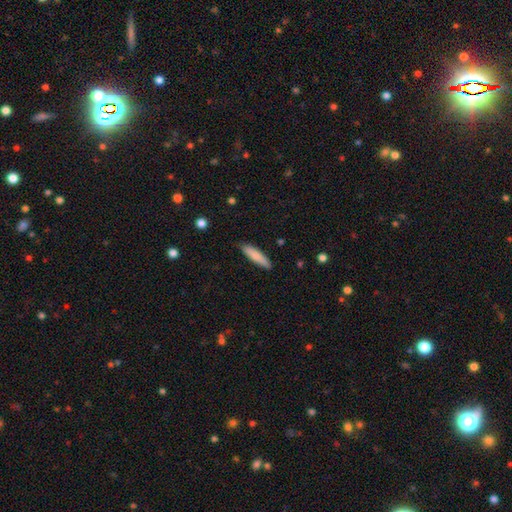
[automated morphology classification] Smooth or featured? smooth (80%)
How rounded? cigar-shaped (76%)
Merging? none (83%)